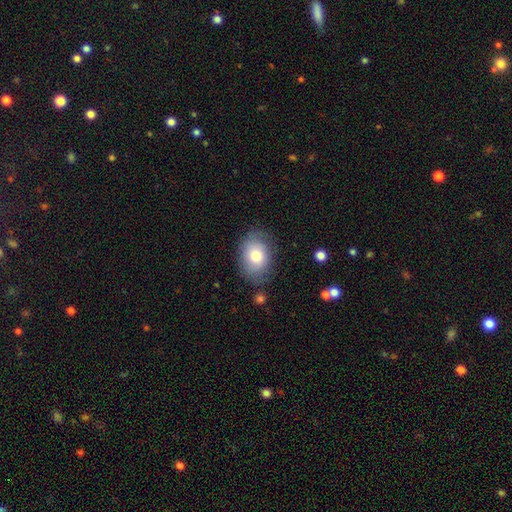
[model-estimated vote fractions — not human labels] A smooth galaxy with no disk features (79%) that is in between round and cigar-shaped (78%).

Vote fractions:
- Smooth or featured? smooth: 79% / featured or disk: 14% / star or artifact: 7%
- How rounded? in between: 78% / round: 21% / cigar-shaped: 1%
- Merging? none: 72% / minor disturbance: 20% / major disturbance: 6% / merger: 2%